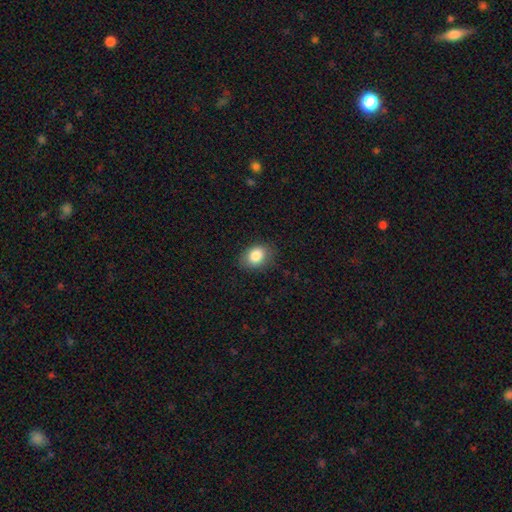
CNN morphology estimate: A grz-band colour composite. It shows a smooth galaxy with no disk features (85%) that is in between round and cigar-shaped (68%). Merging: none (81%).